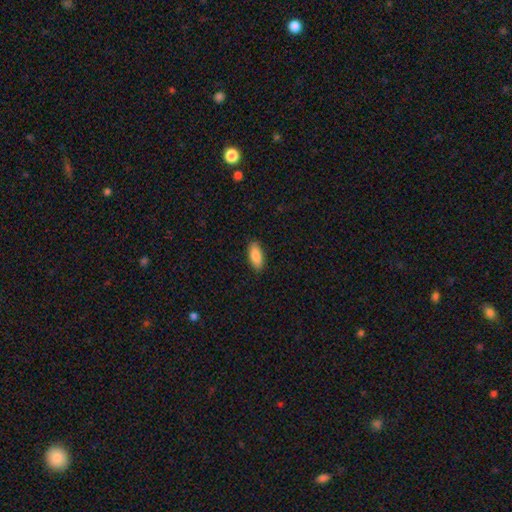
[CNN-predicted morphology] Smooth or featured? smooth (89%)
How rounded? in between (82%)
Merging? none (89%)